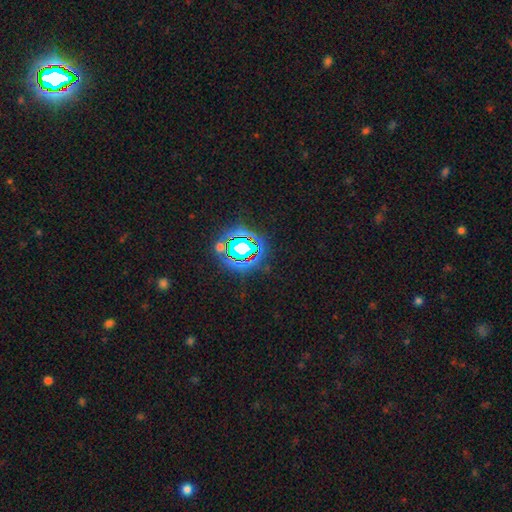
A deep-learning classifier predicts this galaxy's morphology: Smooth or featured: star or artifact — 81% (smooth — 12%)